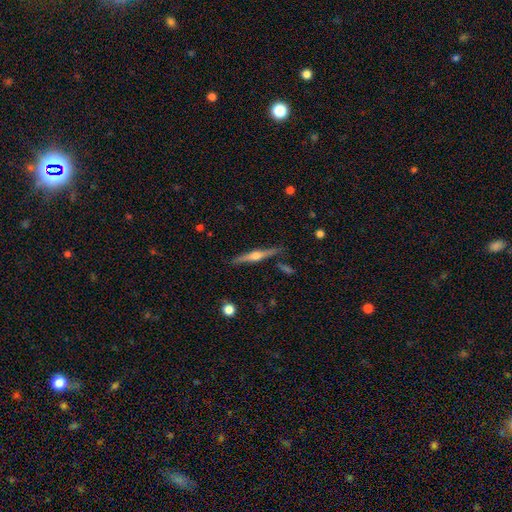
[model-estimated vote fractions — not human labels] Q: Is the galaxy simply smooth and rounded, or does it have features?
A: featured or disk — 75%.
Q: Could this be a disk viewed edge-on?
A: yes — 98%.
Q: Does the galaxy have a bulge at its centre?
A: rounded — 91%.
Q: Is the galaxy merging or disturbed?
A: none — 86%.